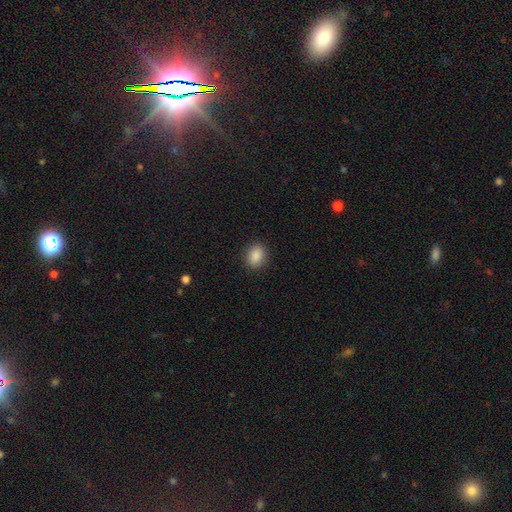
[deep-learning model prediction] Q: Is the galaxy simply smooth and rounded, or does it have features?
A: smooth — 88%.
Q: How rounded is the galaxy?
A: in between — 59%.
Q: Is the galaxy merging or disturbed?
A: none — 89%.